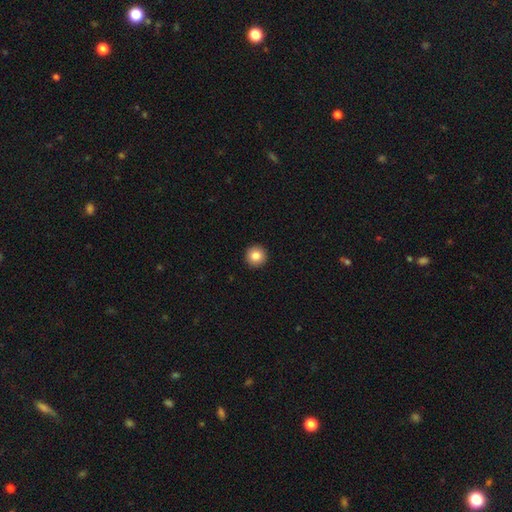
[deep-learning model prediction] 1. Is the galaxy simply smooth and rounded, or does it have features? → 84% smooth, 9% star or artifact, 7% featured or disk.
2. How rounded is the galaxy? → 96% round, 3% in between, 1% cigar-shaped.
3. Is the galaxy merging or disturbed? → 94% none, 4% minor disturbance, 1% major disturbance, 1% merger.